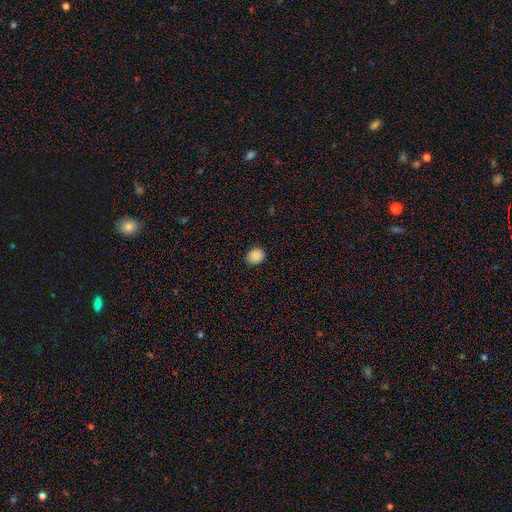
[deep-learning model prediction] Overall: smooth (88%). How rounded: round (59%; in between 40%). Merging: none (88%).